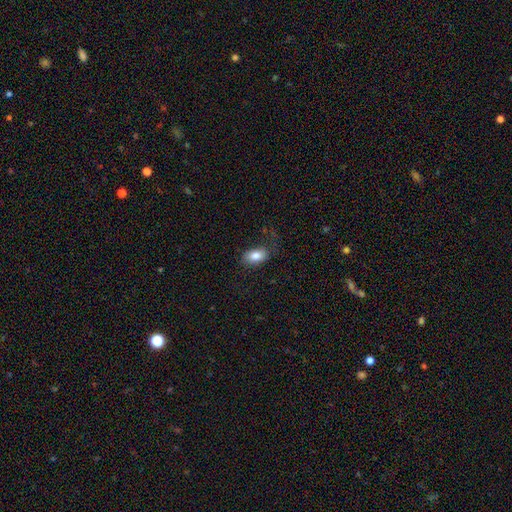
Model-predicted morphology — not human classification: Smooth or featured? Predicted: smooth (p=0.83). How rounded? Predicted: in between (p=0.90). Merging? Predicted: none (p=0.75).